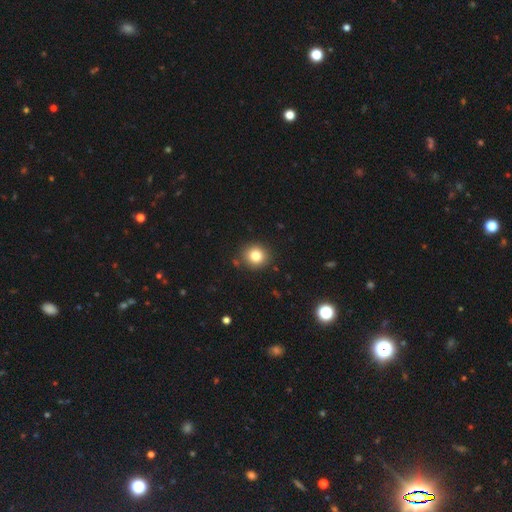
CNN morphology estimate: smooth 81%, star or artifact 12%, featured or disk 8%. Down the decision tree: how rounded — round (88%); merging — none (88%).